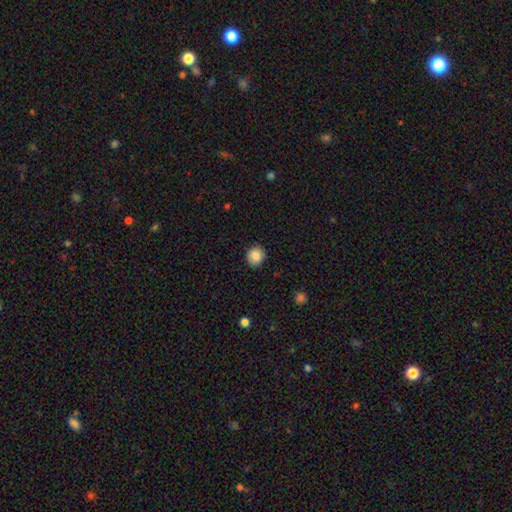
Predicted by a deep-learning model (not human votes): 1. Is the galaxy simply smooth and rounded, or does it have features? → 85% smooth, 9% star or artifact, 6% featured or disk.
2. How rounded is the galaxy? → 86% round, 13% in between, 1% cigar-shaped.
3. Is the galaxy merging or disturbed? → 90% none, 7% minor disturbance, 2% major disturbance, 1% merger.